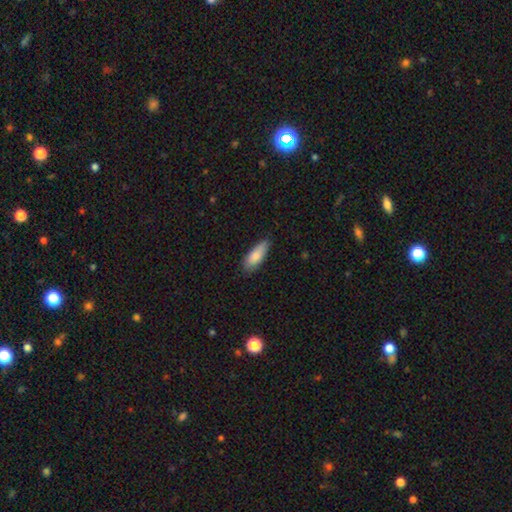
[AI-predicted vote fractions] smooth_or_featured: smooth (p=0.84) [alt: featured or disk p=0.11]
how_rounded: in between (p=0.67) [alt: cigar-shaped p=0.31]
merging: none (p=0.78) [alt: minor disturbance p=0.18]